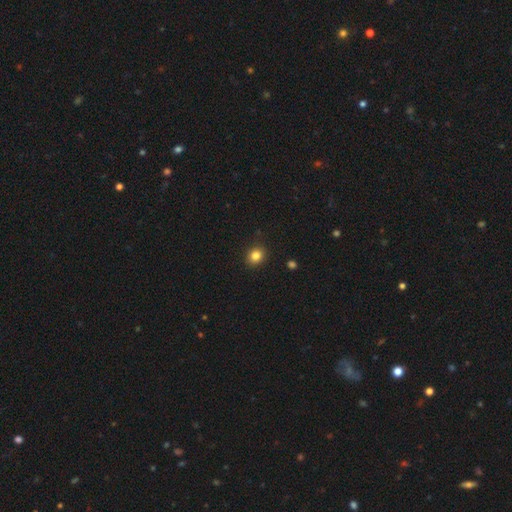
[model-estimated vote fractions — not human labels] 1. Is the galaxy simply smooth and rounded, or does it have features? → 83% smooth, 11% star or artifact, 5% featured or disk.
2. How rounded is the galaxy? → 67% round, 32% in between, 1% cigar-shaped.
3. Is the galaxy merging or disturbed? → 90% none, 7% minor disturbance, 2% major disturbance, 1% merger.